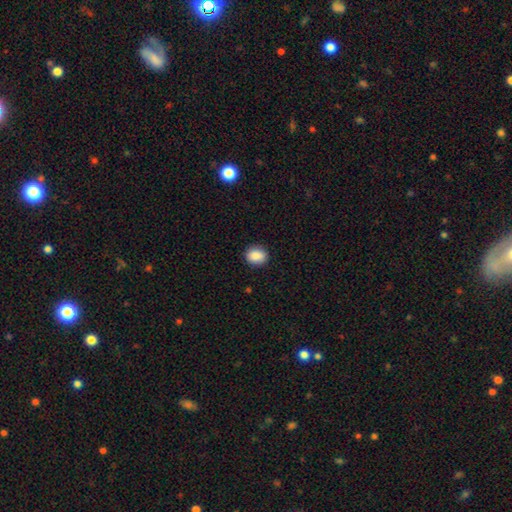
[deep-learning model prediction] This appears to be a smooth galaxy with no disk features (87%) that is round (60%). Merging: none (90%).